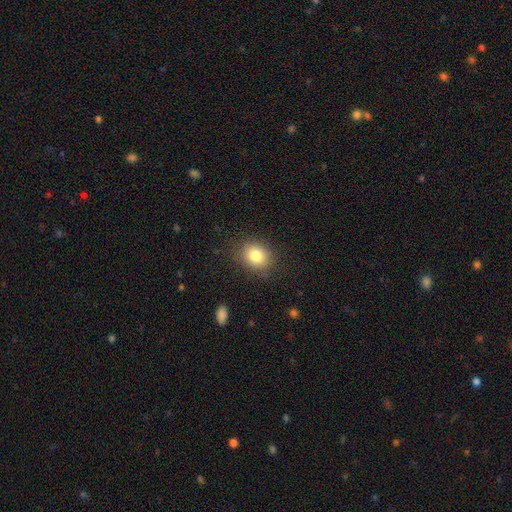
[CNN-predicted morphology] smooth_or_featured: smooth (p=0.82) [alt: star or artifact p=0.10]
how_rounded: round (p=0.60) [alt: in between p=0.39]
merging: none (p=0.85) [alt: minor disturbance p=0.11]